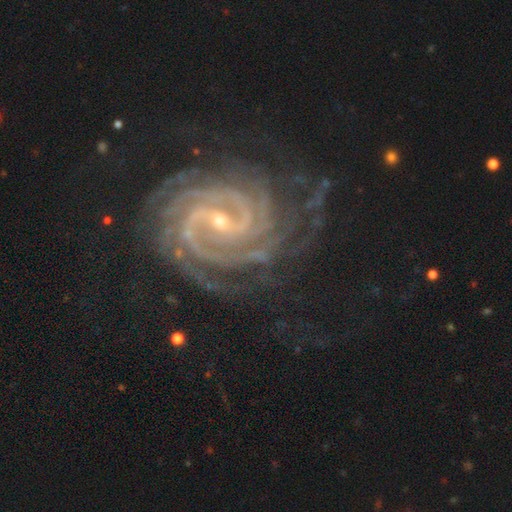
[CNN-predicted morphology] Smooth or featured? featured or disk (92%)
Edge-on disk? no (98%)
Bar? weak (43%)
Spiral arms? yes (99%)
Spiral winding? tight (79%)
Spiral arm count? 2 (23%)
Bulge size? small (71%)
Merging? none (75%)